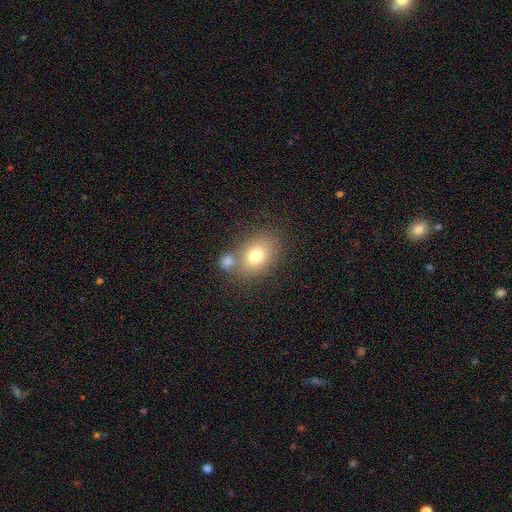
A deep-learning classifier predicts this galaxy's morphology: A smooth galaxy with no disk features (75%) that is in between round and cigar-shaped (68%).

Vote fractions:
- Smooth or featured? smooth: 75% / featured or disk: 15% / star or artifact: 10%
- How rounded? in between: 68% / round: 30% / cigar-shaped: 1%
- Merging? none: 56% / merger: 28% / minor disturbance: 12% / major disturbance: 4%